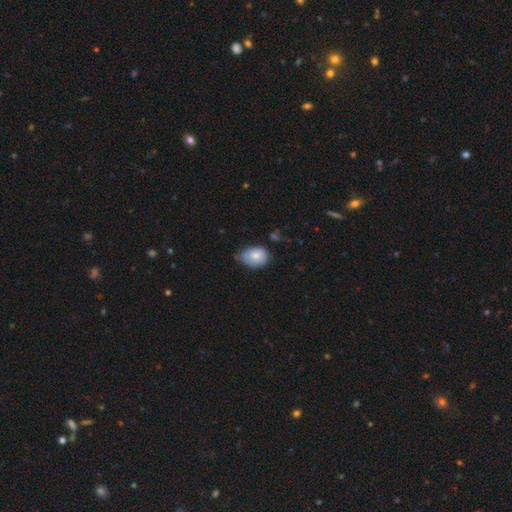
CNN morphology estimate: Smooth or featured? smooth (78%)
How rounded? in between (73%)
Merging? none (45%)